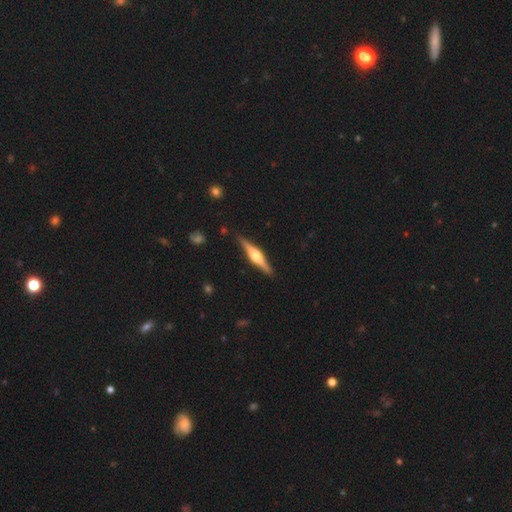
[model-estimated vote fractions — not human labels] A featured or disk galaxy (77%) viewed edge-on (98%) with a rounded central bulge (94%).

Vote fractions:
- Smooth or featured? featured or disk: 77% / smooth: 18% / star or artifact: 5%
- Edge-on disk? yes: 98% / no: 2%
- Edge-on bulge? rounded: 94% / boxy: 5% / none: 2%
- Merging? none: 90% / minor disturbance: 7% / major disturbance: 1% / merger: 1%